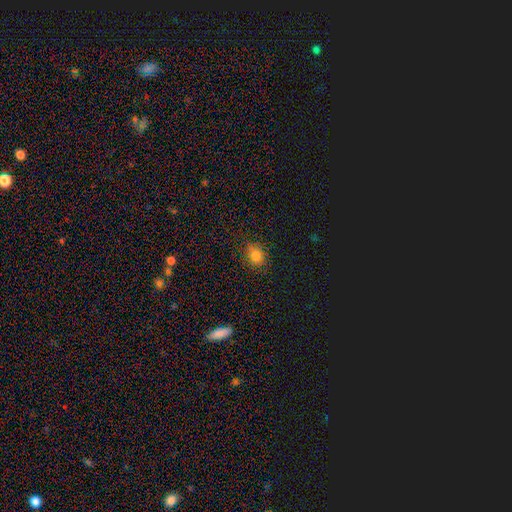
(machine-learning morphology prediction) smooth-or-featured: smooth: 80% | star or artifact: 14% | featured or disk: 6%
  how-rounded: round: 64% | in between: 35% | cigar-shaped: 1%
  merging: none: 84% | minor disturbance: 12% | major disturbance: 3% | merger: 1%